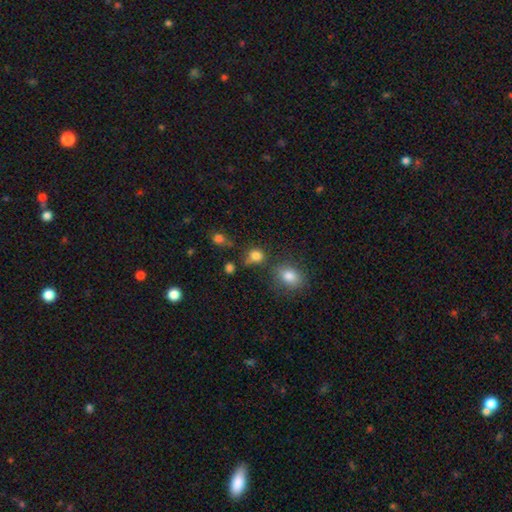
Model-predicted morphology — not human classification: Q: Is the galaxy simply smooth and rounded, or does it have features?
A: smooth — 81%.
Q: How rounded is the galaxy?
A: round — 72%.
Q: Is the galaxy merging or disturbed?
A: none — 61%.